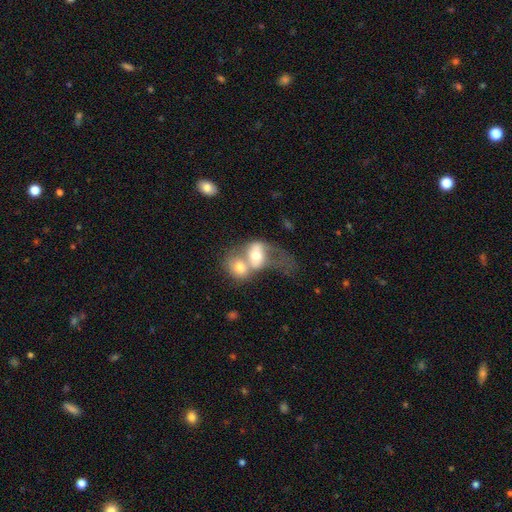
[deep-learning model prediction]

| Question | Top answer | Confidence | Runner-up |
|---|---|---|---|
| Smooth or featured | smooth | 55% | featured or disk (36%) |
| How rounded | in between | 65% | round (33%) |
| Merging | merger | 77% | major disturbance (10%) |